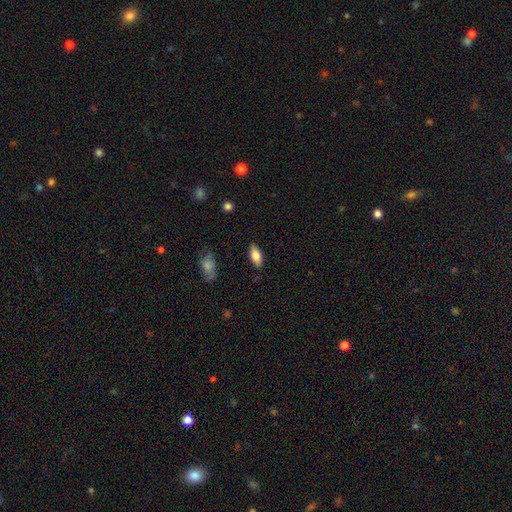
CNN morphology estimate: This appears to be a smooth galaxy with no disk features (77%) that is in between round and cigar-shaped (86%). Merging: none (87%).